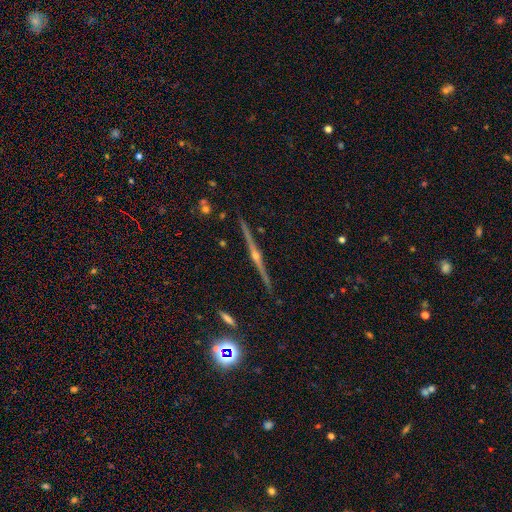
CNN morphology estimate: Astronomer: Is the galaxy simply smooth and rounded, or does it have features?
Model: featured or disk — 65%.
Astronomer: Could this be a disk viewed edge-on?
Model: yes — 94%.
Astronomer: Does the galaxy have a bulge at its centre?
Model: rounded — 78%.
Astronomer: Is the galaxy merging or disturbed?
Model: none — 86%.